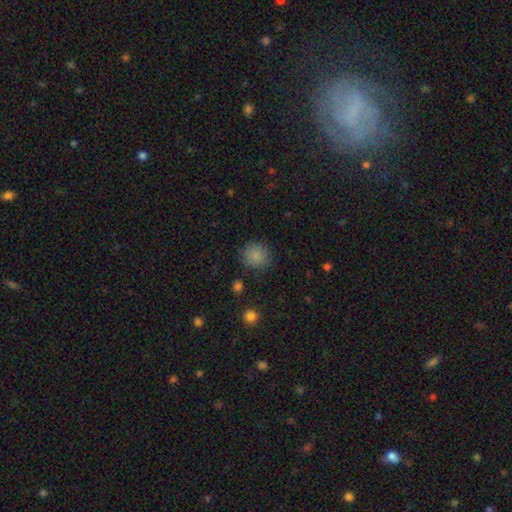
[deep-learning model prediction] smooth-or-featured: smooth: 84% | star or artifact: 11% | featured or disk: 5%
  how-rounded: round: 88% | in between: 11% | cigar-shaped: 1%
  merging: none: 83% | minor disturbance: 11% | major disturbance: 4% | merger: 2%